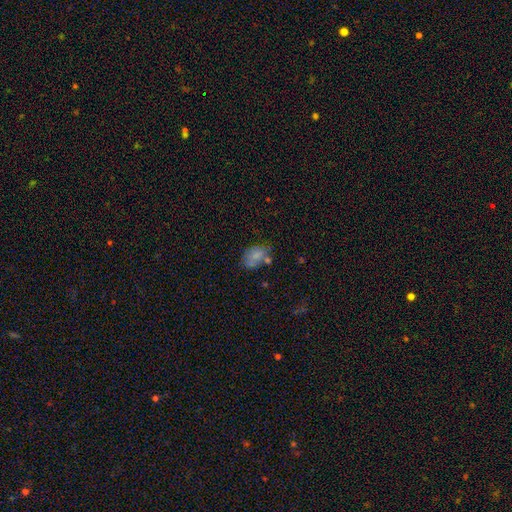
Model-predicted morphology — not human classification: The model was most divided on "merging": none: 46%, minor disturbance: 24%, merger: 19%, major disturbance: 11%. More confident: how rounded — in between (78%); smooth or featured — smooth (73%).